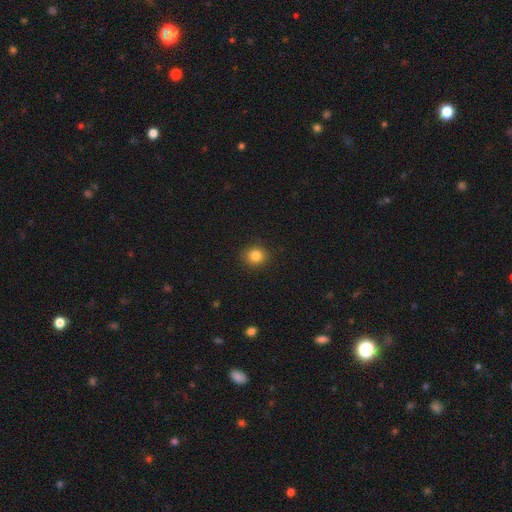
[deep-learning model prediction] Smooth or featured?
  - smooth: 84% *
  - star or artifact: 11%
  - featured or disk: 5%
How rounded?
  - round: 85% *
  - in between: 14%
  - cigar-shaped: 1%
Merging?
  - none: 90% *
  - minor disturbance: 7%
  - major disturbance: 2%
  - merger: 1%